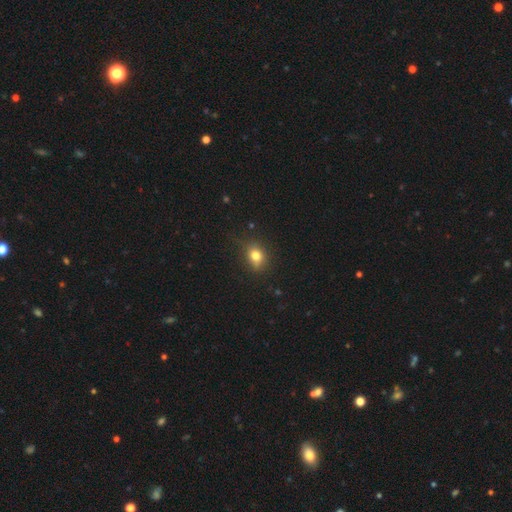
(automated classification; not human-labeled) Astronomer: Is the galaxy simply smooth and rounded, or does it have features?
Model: smooth — 77%.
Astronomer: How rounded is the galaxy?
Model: round — 52% (runner-up: in between, 47%).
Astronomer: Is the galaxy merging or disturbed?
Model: none — 73%.